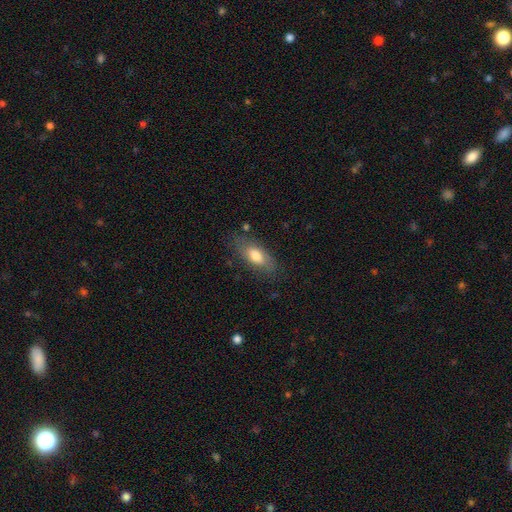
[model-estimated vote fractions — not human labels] This appears to be a smooth galaxy with no disk features (72%) that is in between round and cigar-shaped (78%). Merging: none (75%).